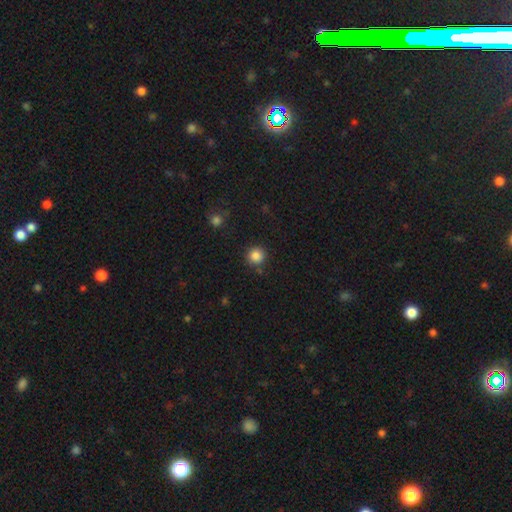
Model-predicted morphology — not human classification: Smooth or featured? Predicted: smooth (p=0.85). How rounded? Predicted: round (p=0.93). Merging? Predicted: none (p=0.85).